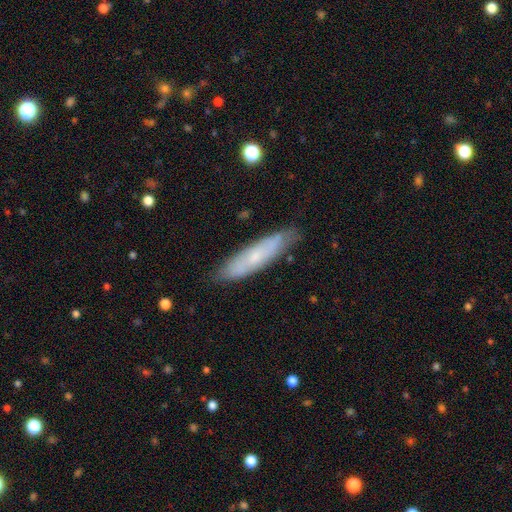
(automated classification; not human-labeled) Smooth or featured? smooth (54%)
How rounded? cigar-shaped (76%)
Merging? none (81%)